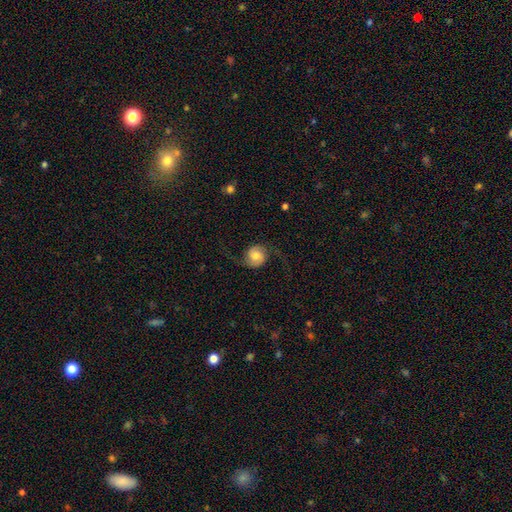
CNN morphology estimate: Smooth or featured? featured or disk (68%)
Edge-on disk? no (98%)
Bar? no (70%)
Spiral arms? yes (95%)
Spiral winding? loose (61%)
Spiral arm count? 2 (93%)
Bulge size? moderate (57%)
Merging? none (73%)